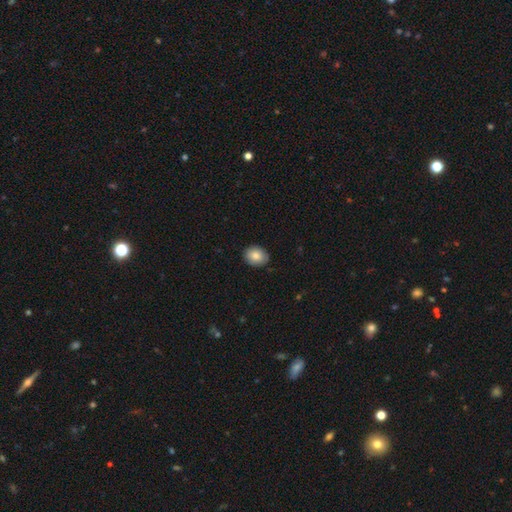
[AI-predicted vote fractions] smooth-or-featured: smooth: 85% | star or artifact: 8% | featured or disk: 7%
  how-rounded: in between: 51% | round: 49% | cigar-shaped: 1%
  merging: none: 87% | minor disturbance: 10% | major disturbance: 2% | merger: 1%